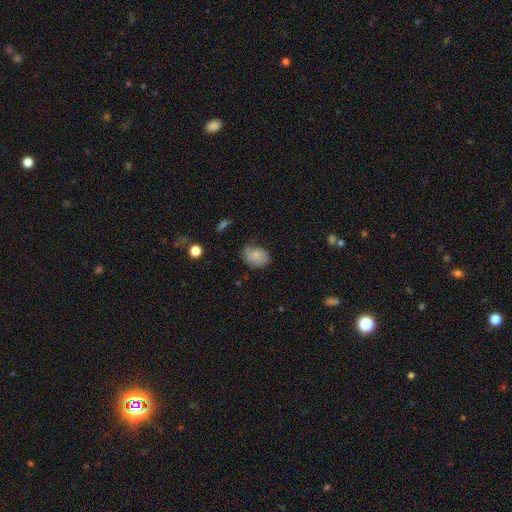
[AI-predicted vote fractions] This appears to be a smooth galaxy with no disk features (68%) that is in between round and cigar-shaped (67%). Merging: none (50%).